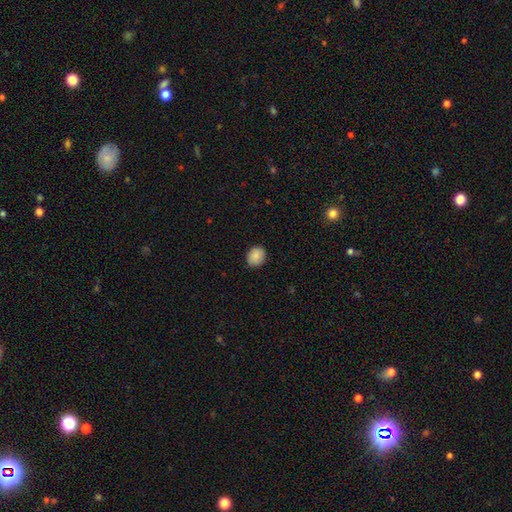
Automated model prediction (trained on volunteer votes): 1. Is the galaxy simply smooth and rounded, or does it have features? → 87% smooth, 8% star or artifact, 5% featured or disk.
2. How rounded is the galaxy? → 73% round, 26% in between, 1% cigar-shaped.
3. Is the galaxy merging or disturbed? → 85% none, 12% minor disturbance, 2% major disturbance, 1% merger.